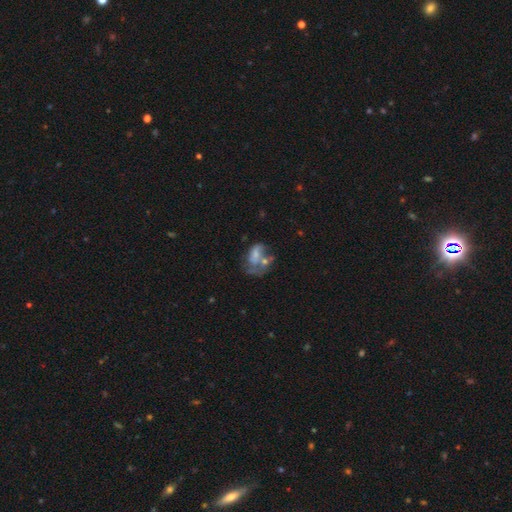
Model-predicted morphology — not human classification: smooth_or_featured: featured or disk (p=0.47) [alt: smooth p=0.41]
merging: merger (p=0.32) [alt: major disturbance p=0.31]